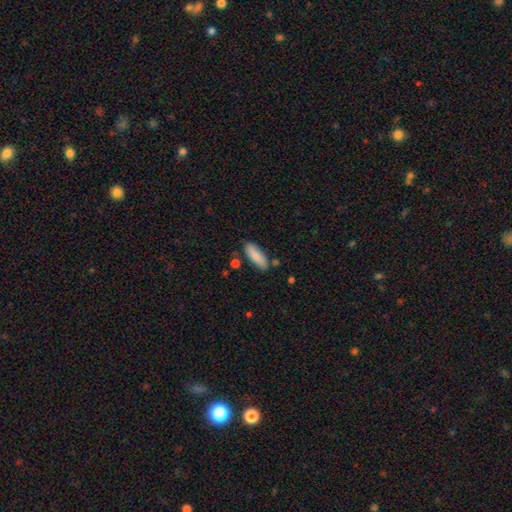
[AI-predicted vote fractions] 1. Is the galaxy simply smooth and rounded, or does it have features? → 85% smooth, 8% featured or disk, 6% star or artifact.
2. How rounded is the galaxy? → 57% in between, 41% cigar-shaped, 2% round.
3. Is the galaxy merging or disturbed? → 81% none, 13% minor disturbance, 4% merger, 3% major disturbance.